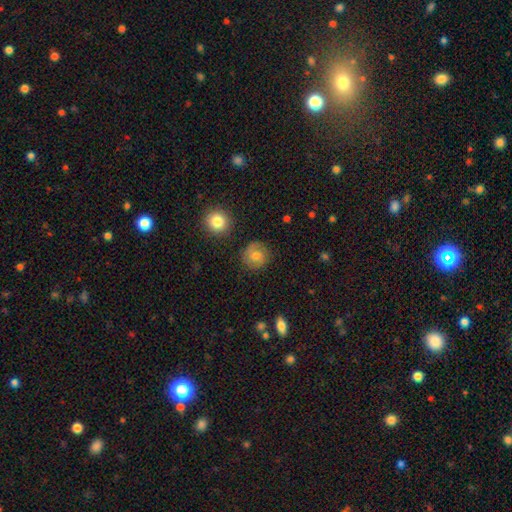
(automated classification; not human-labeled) smooth 58%, featured or disk 32%, star or artifact 10%. Down the decision tree: how rounded — round (90%); merging — none (82%).